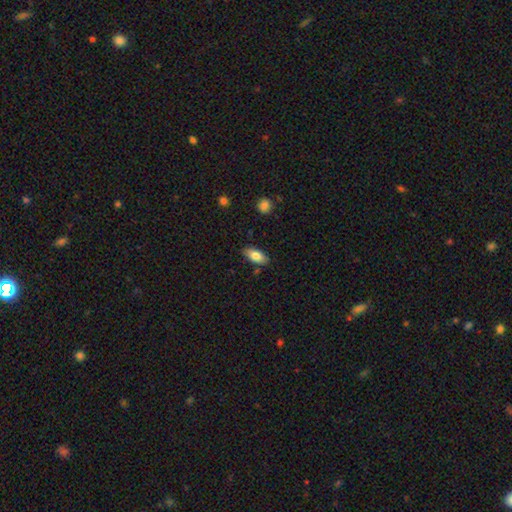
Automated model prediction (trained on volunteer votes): A smooth galaxy with no disk features (80%) that is in between round and cigar-shaped (89%). Merging: none (84%).